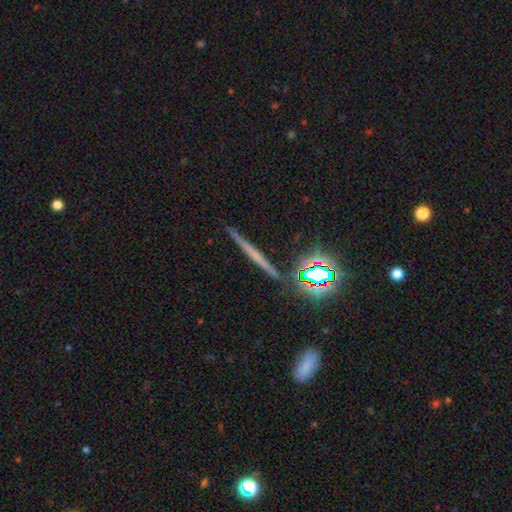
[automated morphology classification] Smooth or featured?
  - featured or disk: 44% *
  - smooth: 34%
  - star or artifact: 22%
Merging?
  - none: 89% *
  - minor disturbance: 7%
  - merger: 2%
  - major disturbance: 2%